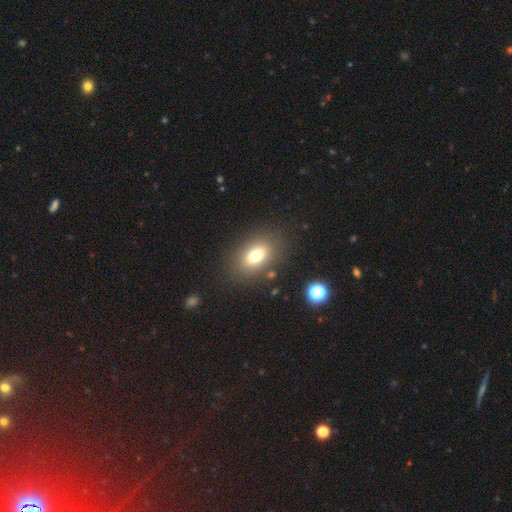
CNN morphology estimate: Smooth or featured? smooth (74%)
How rounded? in between (82%)
Merging? none (83%)